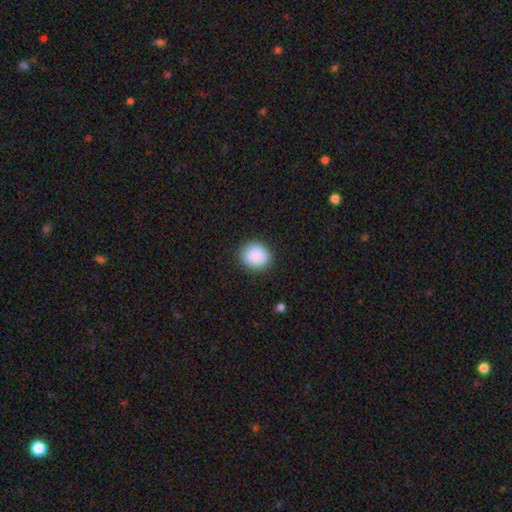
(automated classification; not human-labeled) Overall: smooth (90%). How rounded: round (72%). Merging: none (89%).